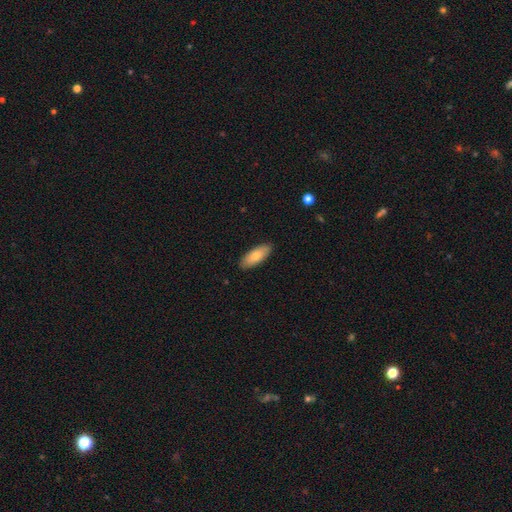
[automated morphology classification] Smooth or featured: smooth — 75% (featured or disk — 19%)
How rounded: in between — 79% (cigar-shaped — 19%)
Merging: none — 89% (minor disturbance — 8%)